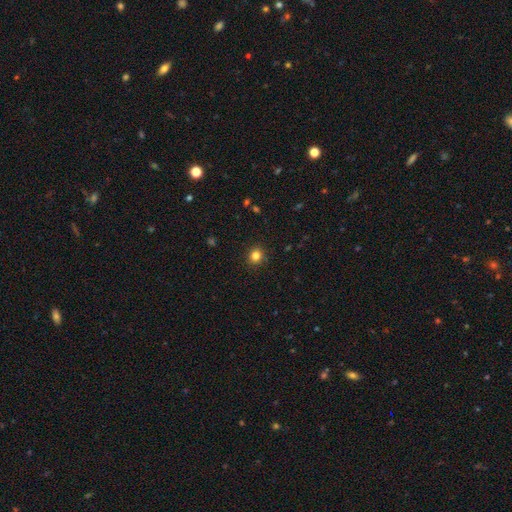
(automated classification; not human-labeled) This is clearly a smooth galaxy (82%). How rounded: clearly round (86%). Merging: clearly none (91%).